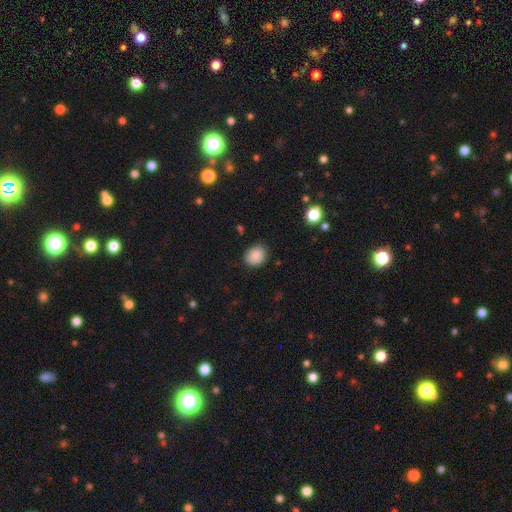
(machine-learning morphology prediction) smooth-or-featured: smooth: 88% | star or artifact: 8% | featured or disk: 4%
  how-rounded: round: 65% | in between: 34% | cigar-shaped: 1%
  merging: none: 83% | minor disturbance: 13% | major disturbance: 3% | merger: 1%